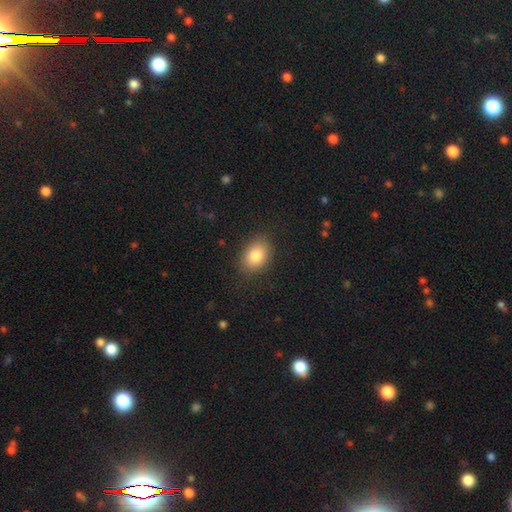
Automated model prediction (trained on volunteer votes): Smooth or featured? Predicted: smooth (p=0.83). How rounded? Predicted: in between (p=0.76). Merging? Predicted: none (p=0.85).